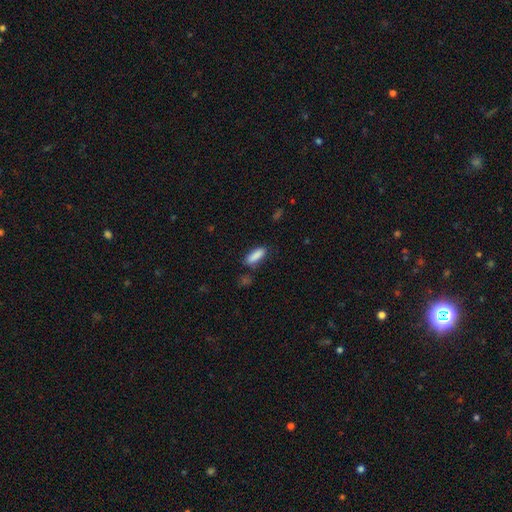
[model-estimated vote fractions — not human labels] A smooth galaxy with no disk features (88%) that is in between round and cigar-shaped (56%).

Vote fractions:
- Smooth or featured? smooth: 88% / star or artifact: 7% / featured or disk: 5%
- How rounded? in between: 56% / cigar-shaped: 42% / round: 2%
- Merging? none: 80% / minor disturbance: 14% / merger: 3% / major disturbance: 3%